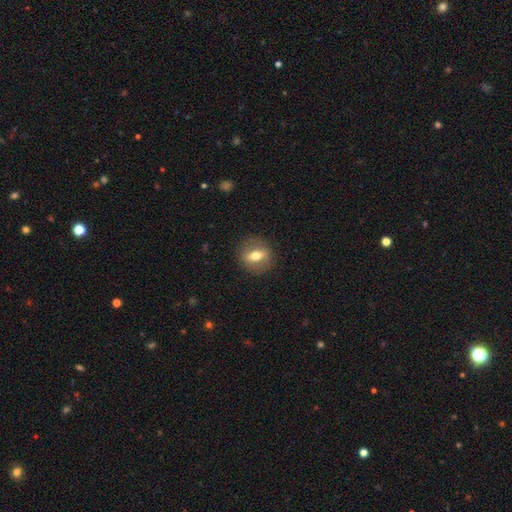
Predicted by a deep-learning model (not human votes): This appears to be a smooth galaxy with no disk features (53%) that is round (60%). Merging: none (87%).